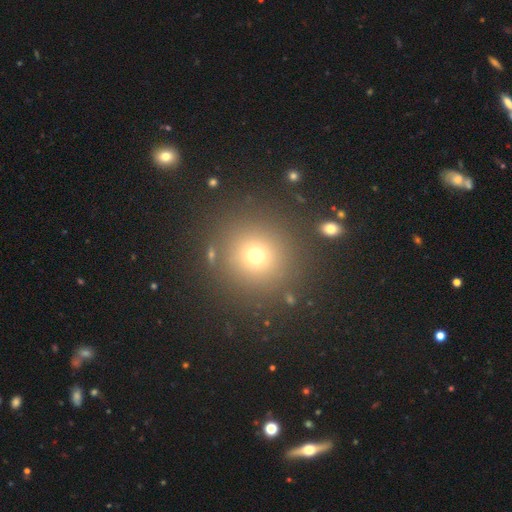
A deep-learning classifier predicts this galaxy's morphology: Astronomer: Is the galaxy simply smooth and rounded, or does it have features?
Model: smooth — 68%.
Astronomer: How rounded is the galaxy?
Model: round — 94%.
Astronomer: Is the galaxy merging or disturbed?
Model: none — 87%.